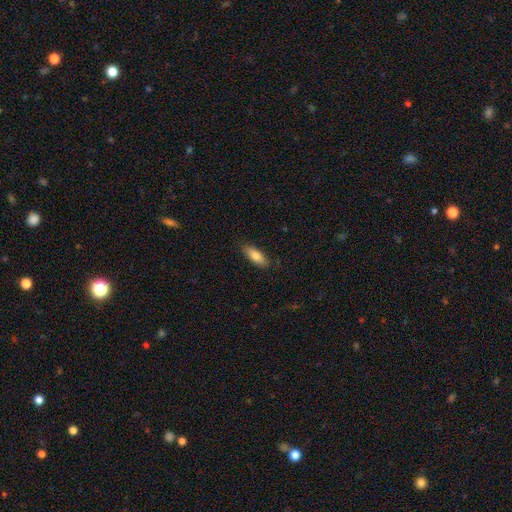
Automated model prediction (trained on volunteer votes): smooth_or_featured: smooth (p=0.80) [alt: featured or disk p=0.14]
how_rounded: in between (p=0.63) [alt: cigar-shaped p=0.35]
merging: none (p=0.85) [alt: minor disturbance p=0.12]